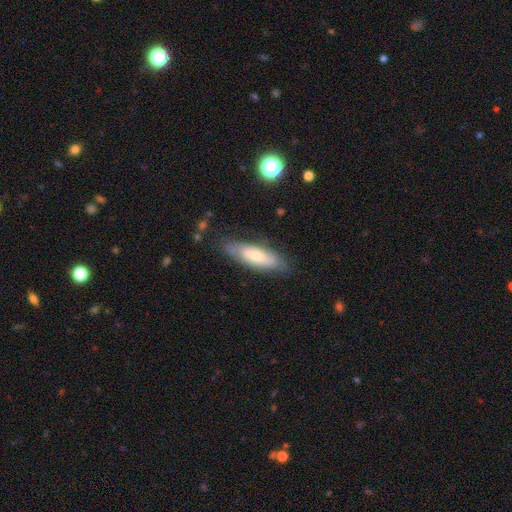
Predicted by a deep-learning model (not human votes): Smooth or featured? smooth (55%)
How rounded? in between (55%)
Merging? none (75%)